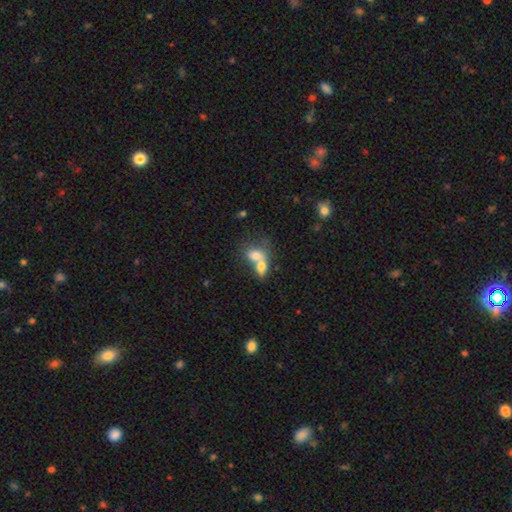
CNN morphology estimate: Overall: smooth (72%). How rounded: in between (63%; round 35%). Merging: merger (75%).